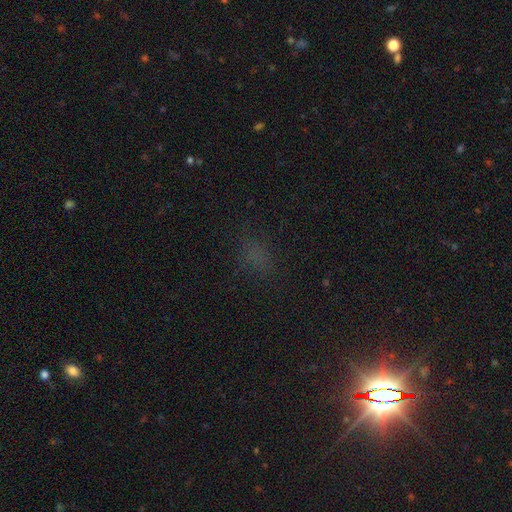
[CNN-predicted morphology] type=smooth (52%); roundness=in between (64%); merging=none (77%).